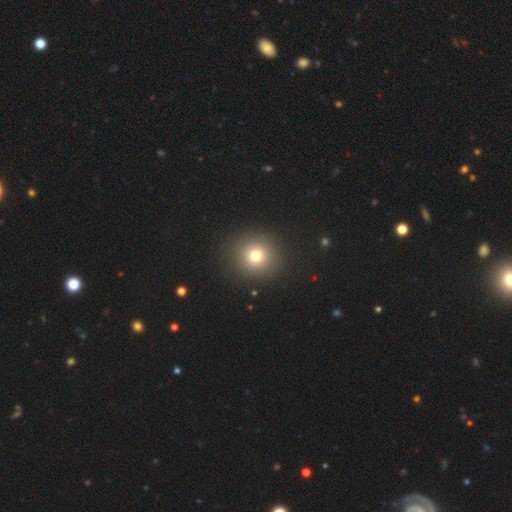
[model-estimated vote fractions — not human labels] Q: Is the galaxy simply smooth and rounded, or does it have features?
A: smooth — 75%.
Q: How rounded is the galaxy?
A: round — 91%.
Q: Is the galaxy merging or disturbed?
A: none — 91%.